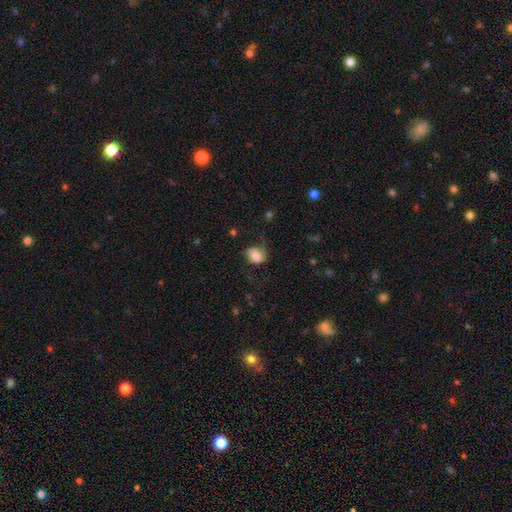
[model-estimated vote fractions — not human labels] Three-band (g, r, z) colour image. It shows a smooth galaxy with no disk features (68%) that is in between round and cigar-shaped (59%). Merging: none (48%).